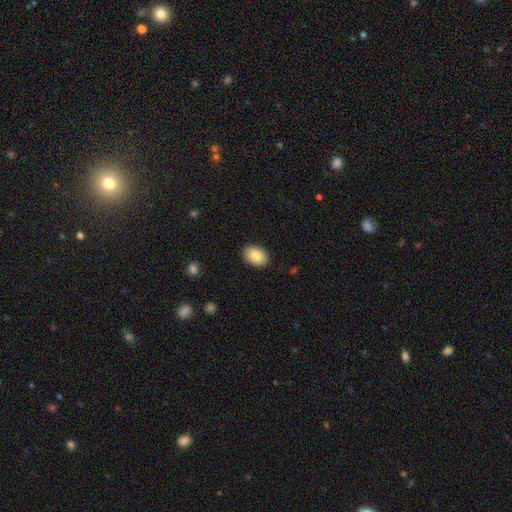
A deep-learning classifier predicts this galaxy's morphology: Smooth or featured? smooth (85%)
How rounded? in between (81%)
Merging? none (89%)